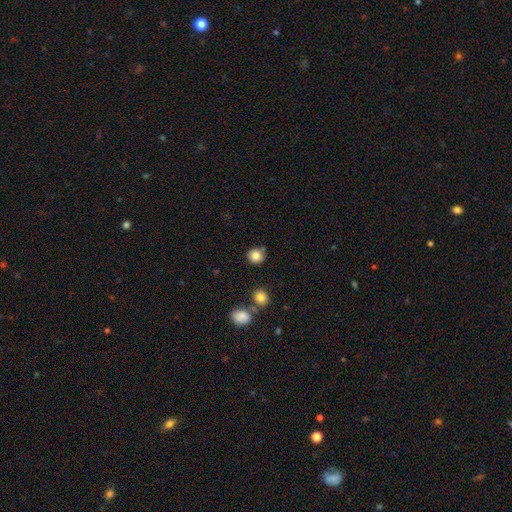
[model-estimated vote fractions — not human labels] smooth_or_featured: smooth (p=0.83) [alt: star or artifact p=0.10]
how_rounded: round (p=0.87) [alt: in between p=0.12]
merging: none (p=0.79) [alt: minor disturbance p=0.12]